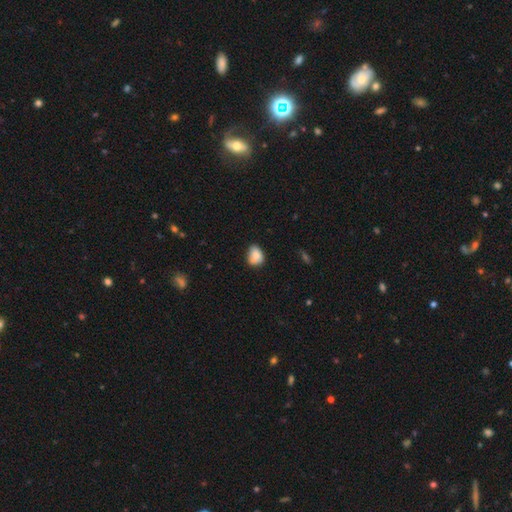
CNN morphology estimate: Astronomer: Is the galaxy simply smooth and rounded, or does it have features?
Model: smooth — 79%.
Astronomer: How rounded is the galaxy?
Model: in between — 65%.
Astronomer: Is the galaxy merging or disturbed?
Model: none — 46% (runner-up: minor disturbance, 24%).